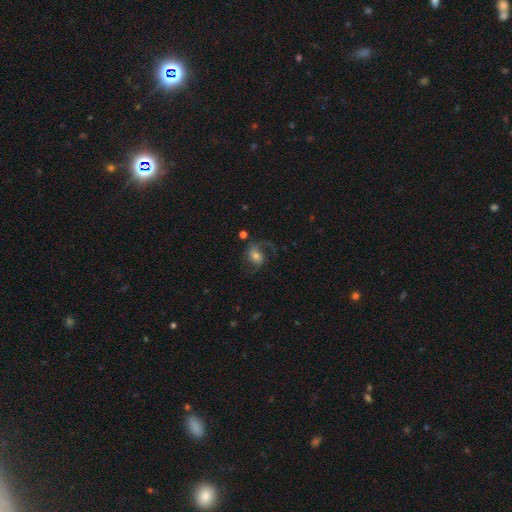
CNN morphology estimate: Smooth or featured? featured or disk (75%)
Edge-on disk? no (97%)
Bar? no (52%)
Spiral arms? yes (93%)
Spiral winding? loose (47%)
Spiral arm count? 2 (71%)
Bulge size? moderate (54%)
Merging? none (60%)